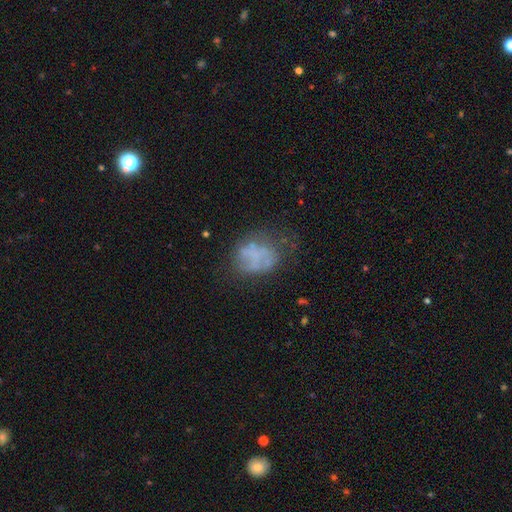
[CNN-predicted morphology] A featured or disk galaxy (47%).

Vote fractions:
- Smooth or featured? featured or disk: 47% / smooth: 39% / star or artifact: 14%
- Merging? none: 45% / minor disturbance: 25% / major disturbance: 24% / merger: 6%